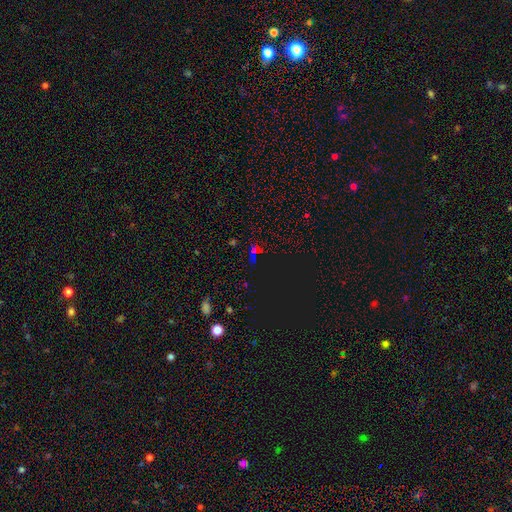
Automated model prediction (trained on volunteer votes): Smooth or featured? Predicted: star or artifact (p=0.64).